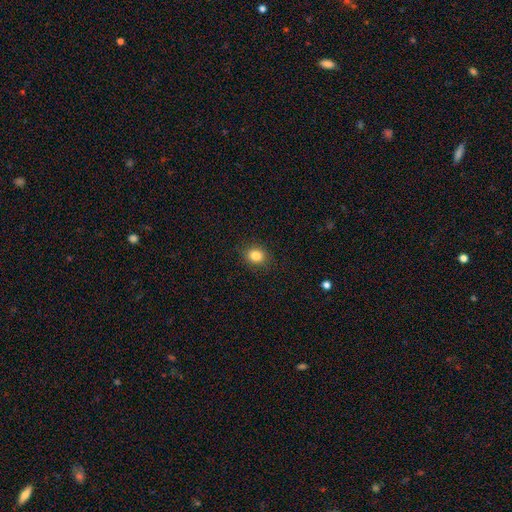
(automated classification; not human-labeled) Morphology: type=smooth (84%); roundness=round (65%); merging=none (88%).